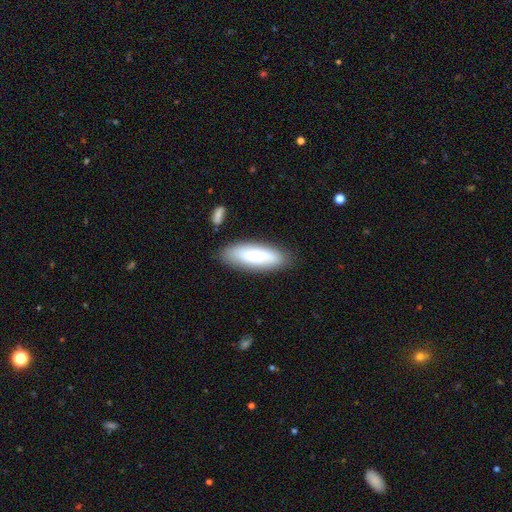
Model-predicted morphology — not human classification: smooth-or-featured: smooth: 66% | featured or disk: 28% | star or artifact: 6%
  how-rounded: in between: 60% | cigar-shaped: 39% | round: 2%
  merging: none: 84% | minor disturbance: 11% | major disturbance: 3% | merger: 2%